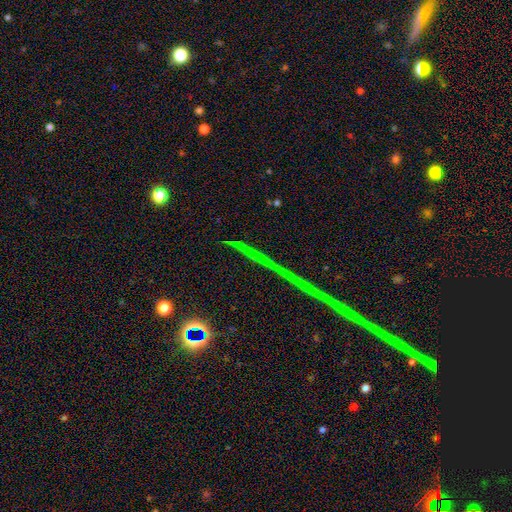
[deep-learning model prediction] This is likely a star or artifact rather than a galaxy (79%).